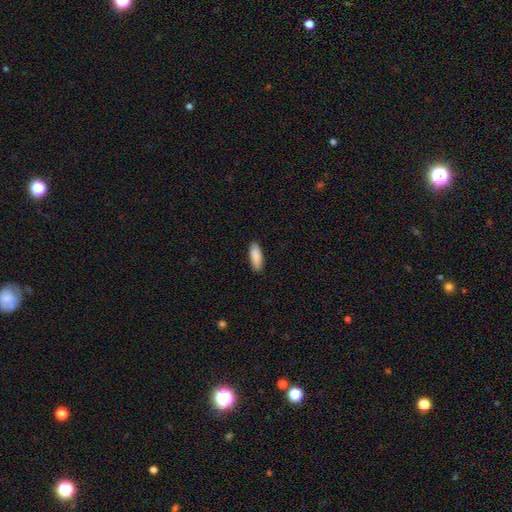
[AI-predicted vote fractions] Smooth or featured? Predicted: smooth (p=0.89). How rounded? Predicted: in between (p=0.65). Merging? Predicted: none (p=0.88).